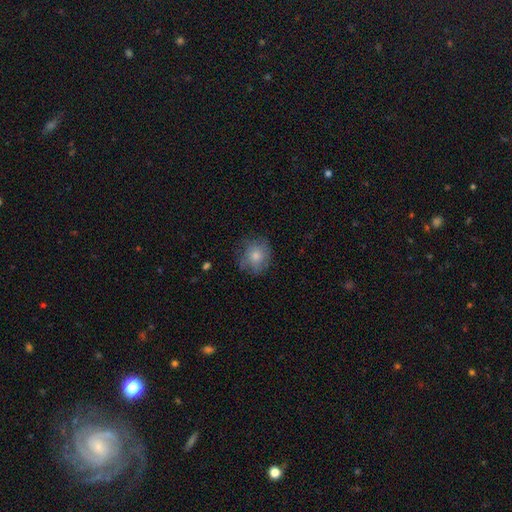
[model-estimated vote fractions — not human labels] smooth 73%, featured or disk 18%, star or artifact 9%. Down the decision tree: how rounded — round (79%); merging — none (67%).